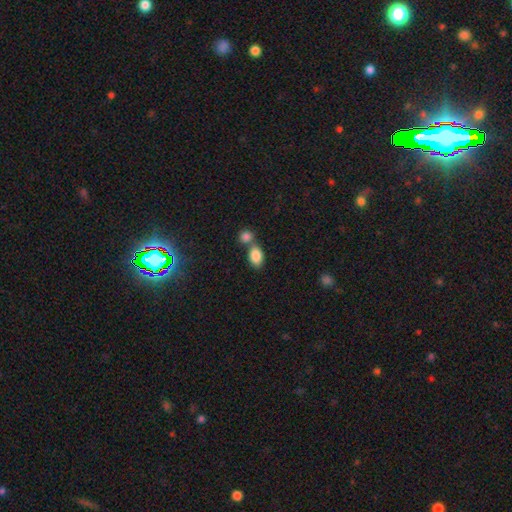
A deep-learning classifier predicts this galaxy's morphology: Overall: smooth (86%). How rounded: in between (84%). Merging: merger (45%; none 43%).